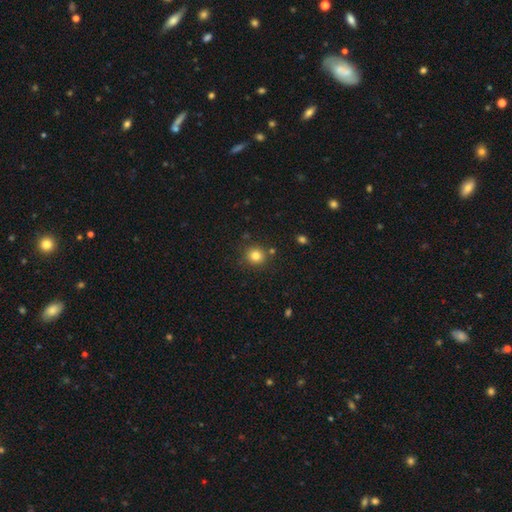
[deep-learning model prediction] Smooth or featured: smooth — 82% (star or artifact — 12%)
How rounded: round — 90% (in between — 9%)
Merging: none — 83% (minor disturbance — 9%)